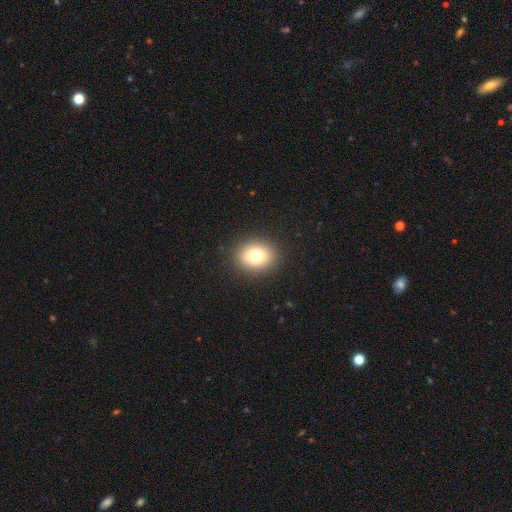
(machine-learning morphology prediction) This is likely a smooth galaxy (78%). How rounded: possibly round (55%). Merging: clearly none (90%).